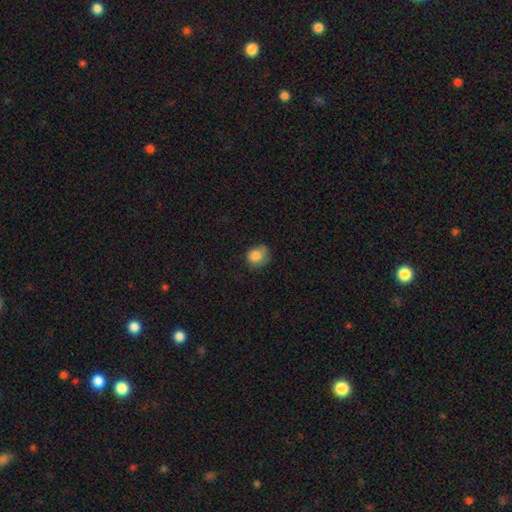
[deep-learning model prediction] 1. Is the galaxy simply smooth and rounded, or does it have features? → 83% smooth, 9% star or artifact, 8% featured or disk.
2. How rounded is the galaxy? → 72% round, 27% in between, 1% cigar-shaped.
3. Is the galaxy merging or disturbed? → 54% none, 31% minor disturbance, 12% major disturbance, 2% merger.